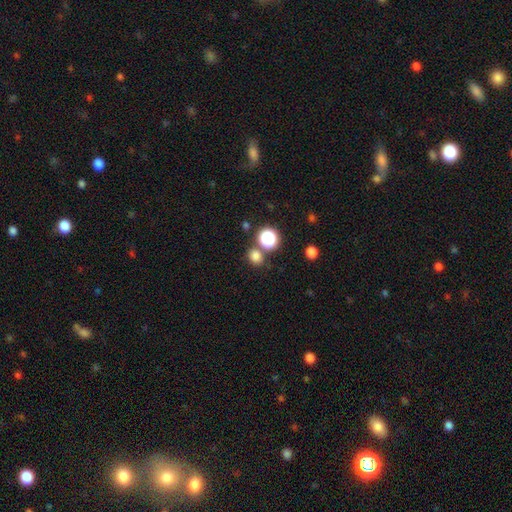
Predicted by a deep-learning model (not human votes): Smooth or featured? smooth (76%)
How rounded? round (77%)
Merging? none (73%)